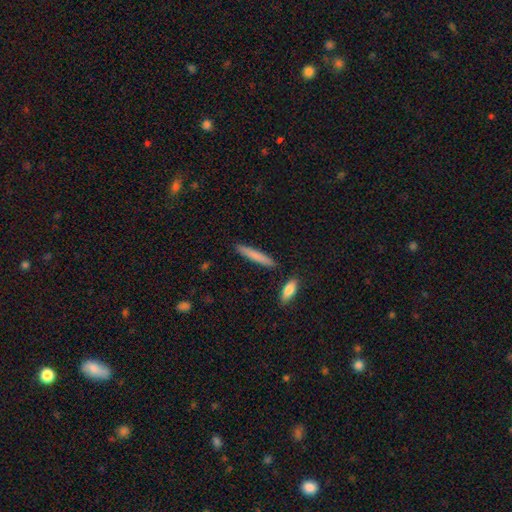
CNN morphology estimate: smooth-or-featured: smooth: 77% | featured or disk: 17% | star or artifact: 6%
  how-rounded: cigar-shaped: 94% | in between: 5% | round: 1%
  merging: none: 89% | minor disturbance: 7% | merger: 3% | major disturbance: 2%